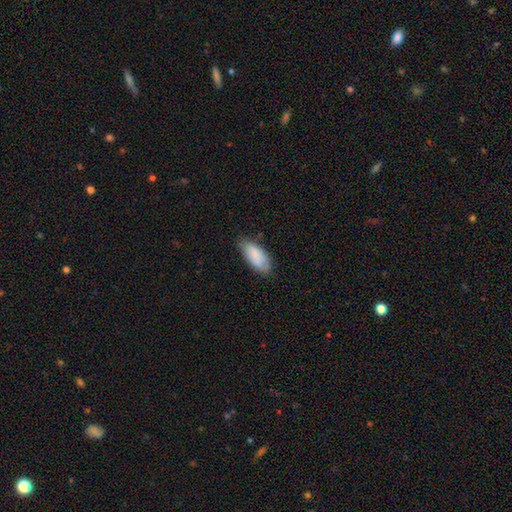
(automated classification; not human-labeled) Smooth or featured? Predicted: smooth (p=0.83). How rounded? Predicted: in between (p=0.87). Merging? Predicted: none (p=0.73).